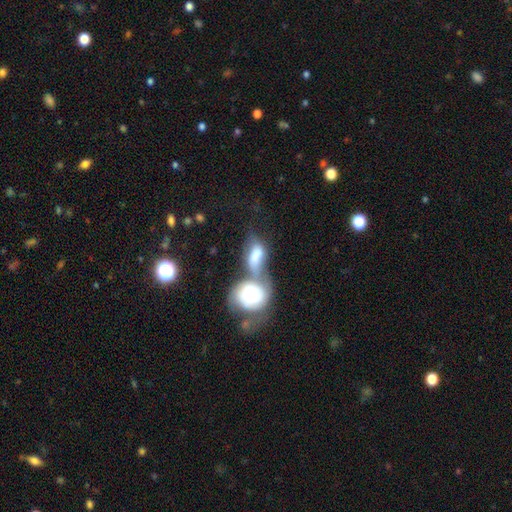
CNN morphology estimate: smooth_or_featured: smooth (p=0.64) [alt: featured or disk p=0.29]
how_rounded: in between (p=0.80) [alt: round p=0.15]
merging: merger (p=0.74) [alt: none p=0.10]